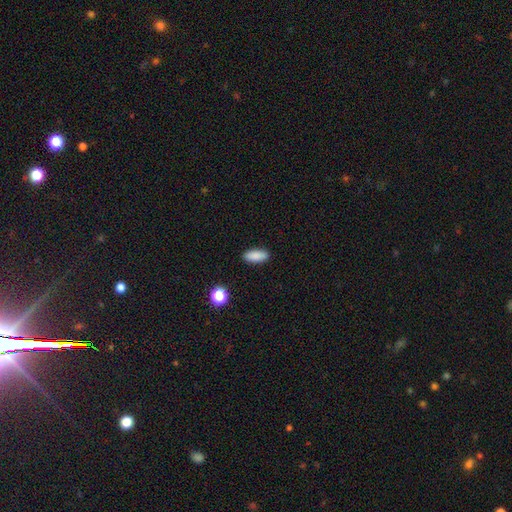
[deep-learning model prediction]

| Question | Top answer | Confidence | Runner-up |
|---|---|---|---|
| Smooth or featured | smooth | 87% | star or artifact (8%) |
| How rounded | in between | 80% | cigar-shaped (18%) |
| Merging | none | 90% | minor disturbance (7%) |